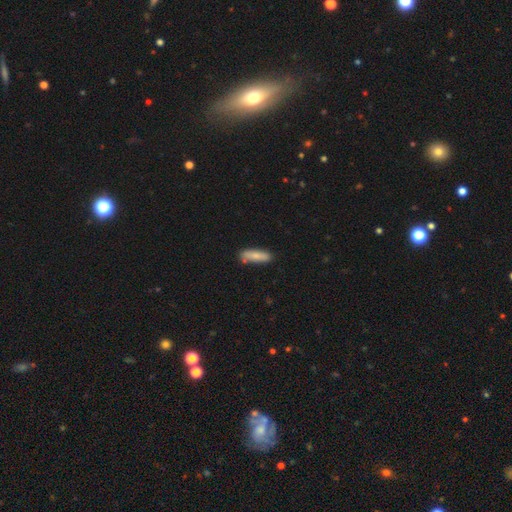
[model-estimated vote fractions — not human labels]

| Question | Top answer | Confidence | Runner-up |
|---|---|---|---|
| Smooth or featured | smooth | 78% | featured or disk (16%) |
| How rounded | cigar-shaped | 57% | in between (41%) |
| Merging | none | 77% | minor disturbance (16%) |